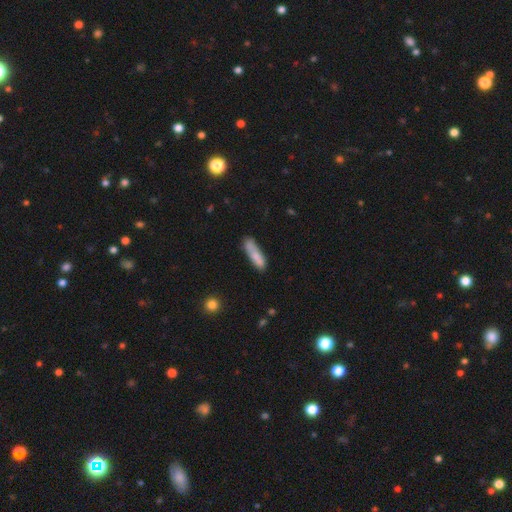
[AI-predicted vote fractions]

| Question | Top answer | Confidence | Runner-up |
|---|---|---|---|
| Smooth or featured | smooth | 77% | featured or disk (16%) |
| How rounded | cigar-shaped | 72% | in between (27%) |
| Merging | none | 63% | minor disturbance (23%) |